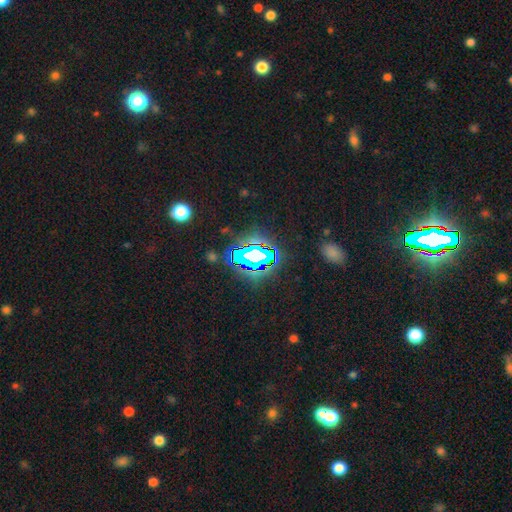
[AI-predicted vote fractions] Smooth or featured? Predicted: star or artifact (p=0.72).